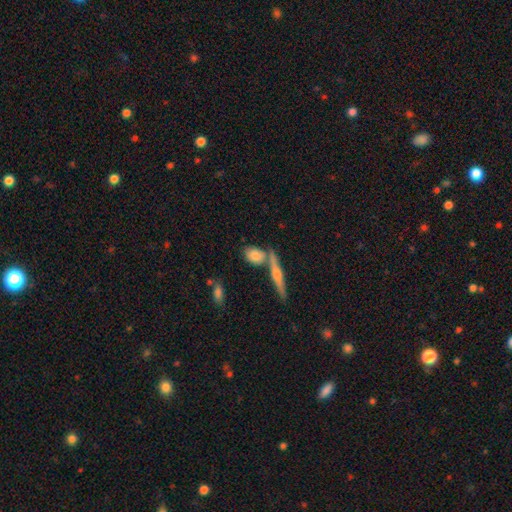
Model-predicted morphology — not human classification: smooth-or-featured: smooth: 71% | featured or disk: 22% | star or artifact: 7%
  how-rounded: in between: 57% | round: 29% | cigar-shaped: 14%
  merging: none: 60% | merger: 24% | minor disturbance: 12% | major disturbance: 4%